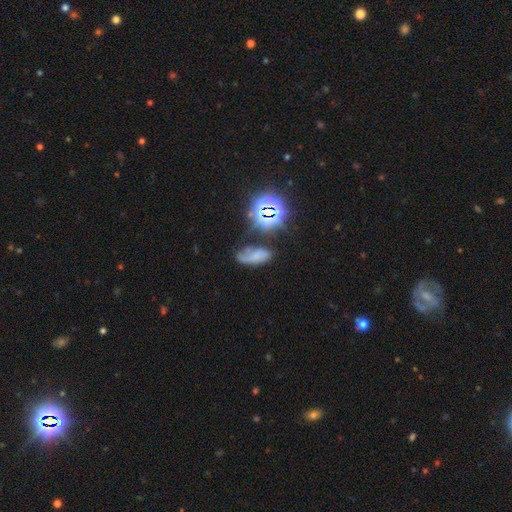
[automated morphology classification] Q: Smooth or featured?
A: smooth (44%); runner-up: featured or disk (31%)
Q: Merging?
A: none (44%); runner-up: minor disturbance (28%)